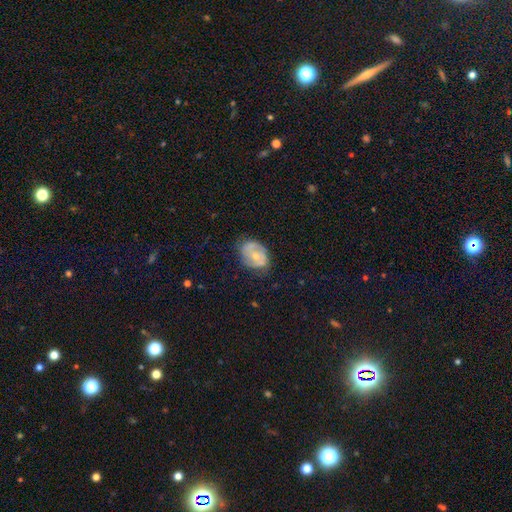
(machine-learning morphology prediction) Overall: featured or disk (53%; smooth 39%). Edge-on disk: no (96%). Bar: no (68%). Spiral arms: yes (65%; no 35%). Bulge size: moderate (49%; small 45%). Merging: none (62%; minor disturbance 27%).